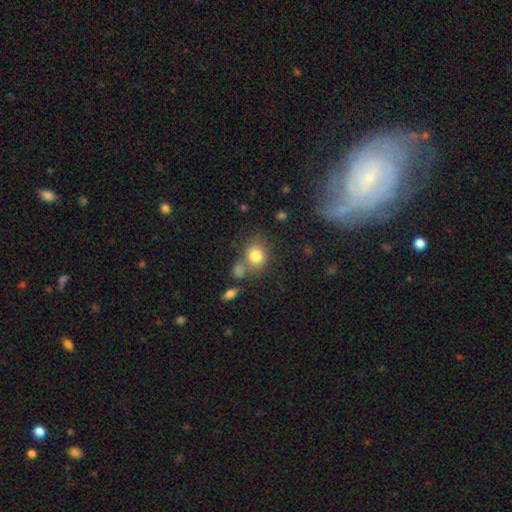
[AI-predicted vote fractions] Smooth or featured: smooth — 81% (star or artifact — 10%)
How rounded: round — 64% (in between — 35%)
Merging: none — 58% (merger — 21%)